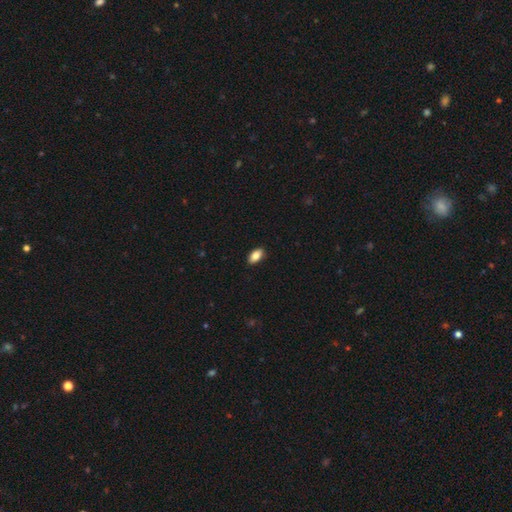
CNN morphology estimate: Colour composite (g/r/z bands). It shows a smooth galaxy with no disk features (84%) that is in between round and cigar-shaped (92%). Merging: none (89%).